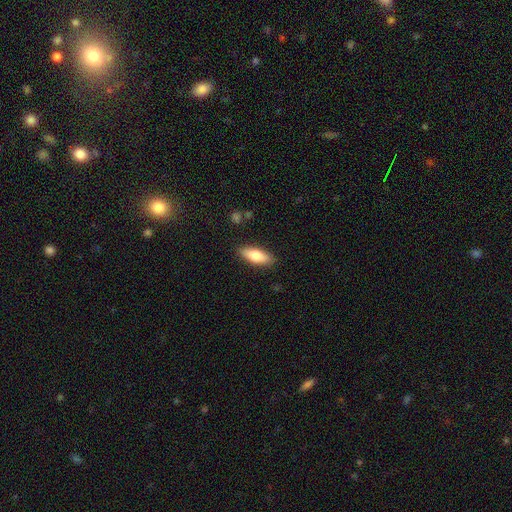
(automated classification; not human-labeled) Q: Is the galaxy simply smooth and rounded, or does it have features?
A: smooth — 74%.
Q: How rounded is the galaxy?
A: in between — 62%.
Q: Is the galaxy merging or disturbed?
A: none — 87%.